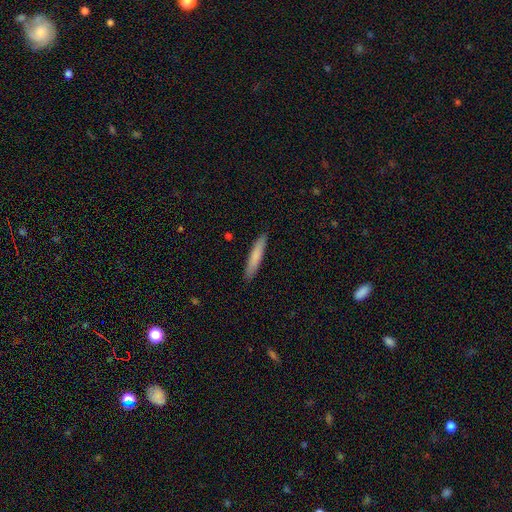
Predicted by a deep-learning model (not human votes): smooth 79%, featured or disk 15%, star or artifact 5%. Down the decision tree: how rounded — cigar-shaped (92%); merging — none (91%).